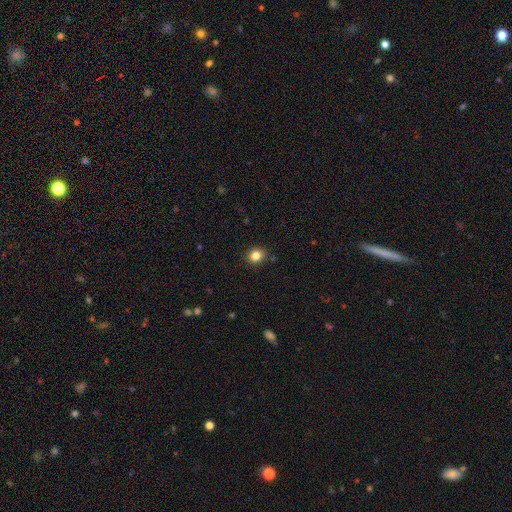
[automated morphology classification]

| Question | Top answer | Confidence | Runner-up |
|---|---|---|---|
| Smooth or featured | smooth | 83% | star or artifact (12%) |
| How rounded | round | 74% | in between (25%) |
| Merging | none | 89% | minor disturbance (8%) |